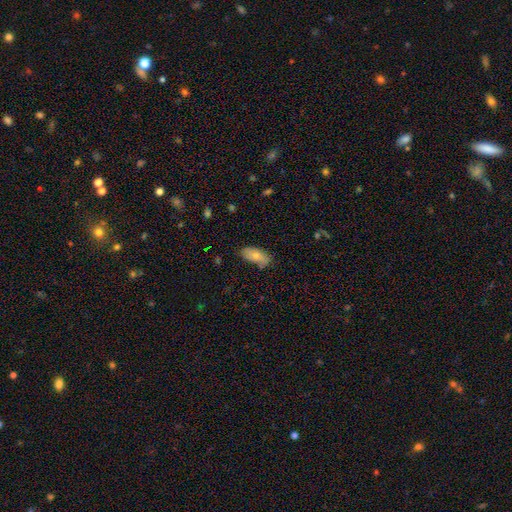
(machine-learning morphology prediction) A smooth galaxy with no disk features (66%) that is in between round and cigar-shaped (82%).

Vote fractions:
- Smooth or featured? smooth: 66% / featured or disk: 25% / star or artifact: 9%
- How rounded? in between: 82% / cigar-shaped: 15% / round: 3%
- Merging? none: 77% / minor disturbance: 18% / major disturbance: 3% / merger: 2%